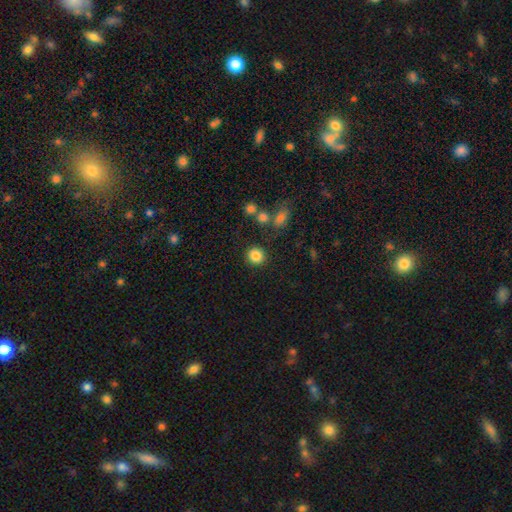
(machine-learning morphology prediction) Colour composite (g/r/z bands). It shows a smooth galaxy with no disk features (84%) that is round (90%). Merging: none (86%).